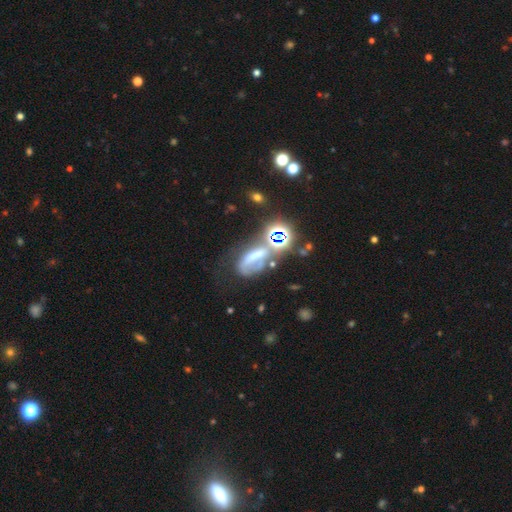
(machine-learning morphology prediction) A featured or disk galaxy (36%).

Vote fractions:
- Smooth or featured? featured or disk: 36% / star or artifact: 34% / smooth: 30%
- Merging? none: 31% / major disturbance: 28% / merger: 22% / minor disturbance: 19%